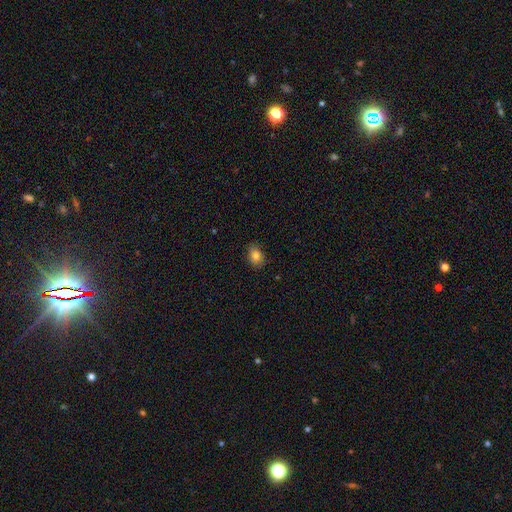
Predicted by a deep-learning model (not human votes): Smooth or featured? Predicted: smooth (p=0.82). How rounded? Predicted: in between (p=0.71). Merging? Predicted: none (p=0.85).